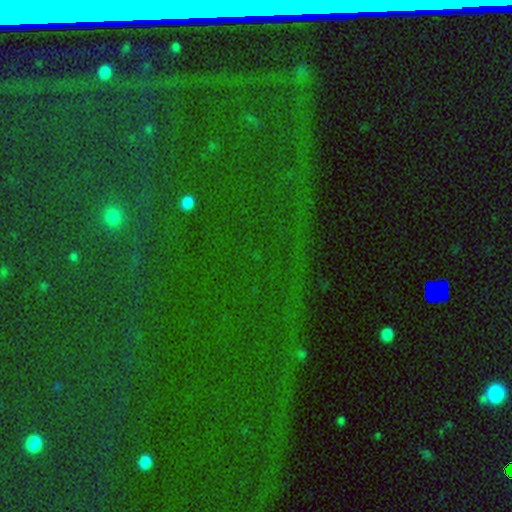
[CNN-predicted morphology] Q: Smooth or featured?
A: star or artifact (82%); runner-up: smooth (9%)